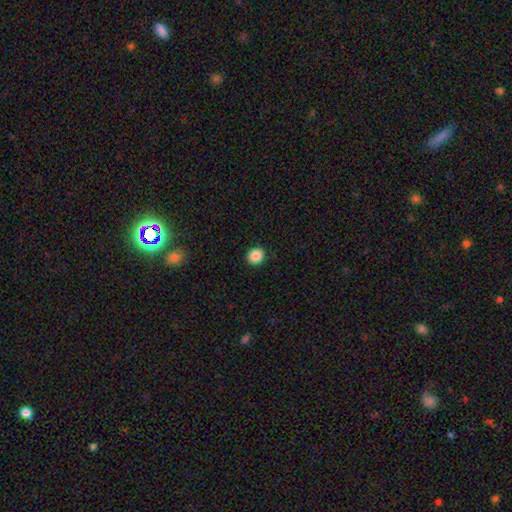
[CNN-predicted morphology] smooth 87%, star or artifact 10%, featured or disk 3%. Down the decision tree: how rounded — round (81%); merging — none (91%).